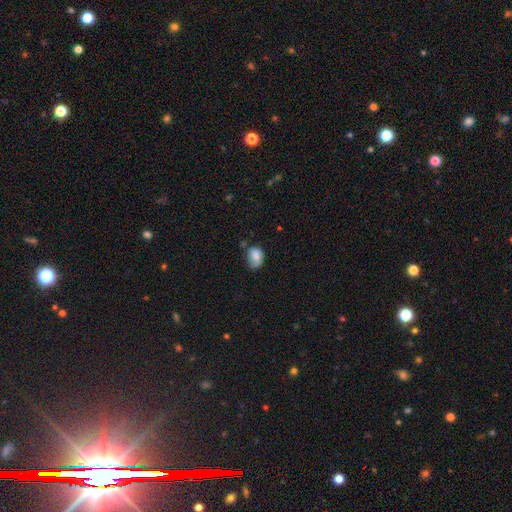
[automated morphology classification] Overall: smooth (81%). How rounded: in between (70%). Merging: none (41%; minor disturbance 39%).